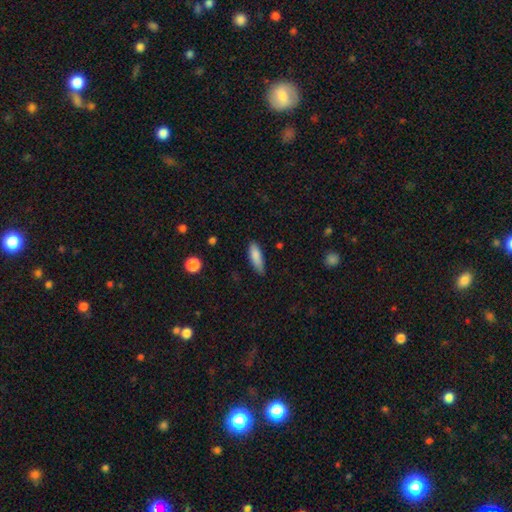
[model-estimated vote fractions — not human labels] smooth 85%, featured or disk 8%, star or artifact 6%. Down the decision tree: how rounded — in between (56%); merging — none (75%).